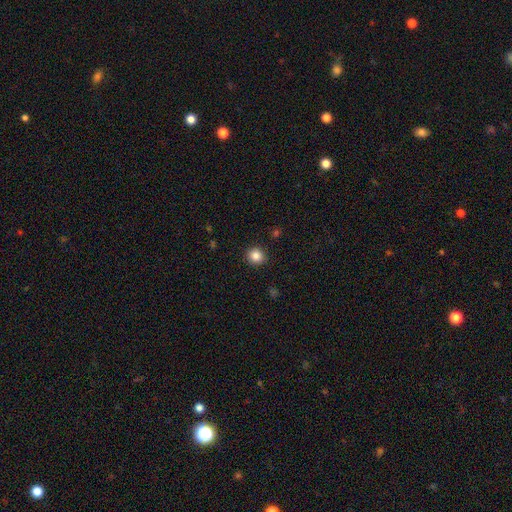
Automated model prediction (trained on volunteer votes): Overall: smooth (86%). How rounded: round (91%). Merging: none (91%).